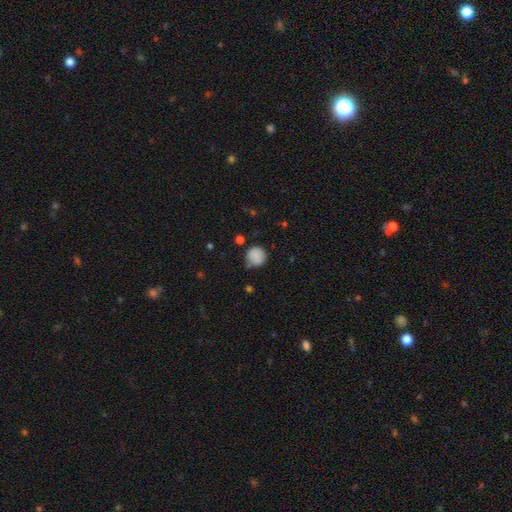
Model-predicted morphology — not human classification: Q: Smooth or featured?
A: smooth (85%); runner-up: star or artifact (9%)
Q: How rounded?
A: round (92%); runner-up: in between (7%)
Q: Merging?
A: none (74%); runner-up: minor disturbance (18%)